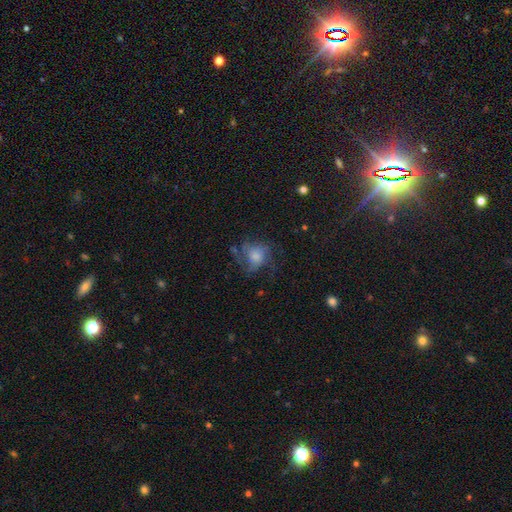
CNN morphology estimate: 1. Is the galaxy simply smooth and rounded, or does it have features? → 44% featured or disk (tied), 44% smooth (tied), 12% star or artifact.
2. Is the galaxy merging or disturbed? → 49% none, 27% major disturbance, 22% minor disturbance, 2% merger.